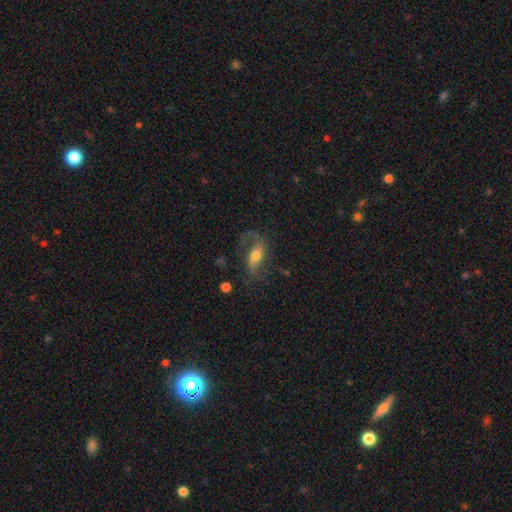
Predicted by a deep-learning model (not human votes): Smooth or featured? featured or disk (67%)
Edge-on disk? no (92%)
Bar? no (39%)
Spiral arms? yes (88%)
Spiral winding? loose (62%)
Spiral arm count? 2 (71%)
Bulge size? moderate (62%)
Merging? none (55%)